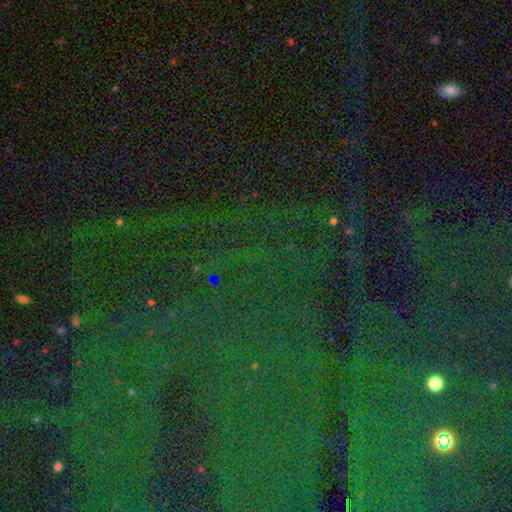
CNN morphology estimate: This is clearly a star or artifact rather than a galaxy (84%).